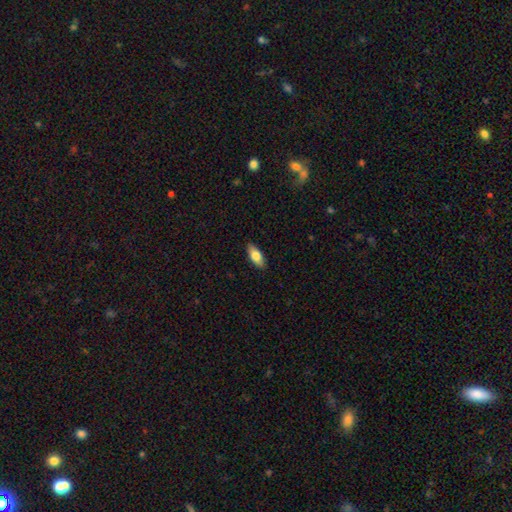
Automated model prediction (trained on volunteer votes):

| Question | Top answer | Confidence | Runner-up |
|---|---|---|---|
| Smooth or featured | smooth | 77% | featured or disk (17%) |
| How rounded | in between | 83% | cigar-shaped (14%) |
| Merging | none | 88% | minor disturbance (9%) |